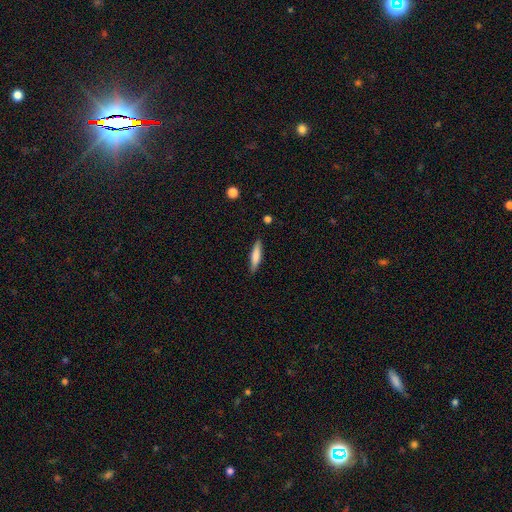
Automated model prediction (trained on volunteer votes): A smooth galaxy with no disk features (72%) that is cigar-shaped (82%).

Vote fractions:
- Smooth or featured? smooth: 72% / featured or disk: 22% / star or artifact: 6%
- How rounded? cigar-shaped: 82% / in between: 17% / round: 1%
- Merging? none: 87% / minor disturbance: 10% / major disturbance: 2% / merger: 2%